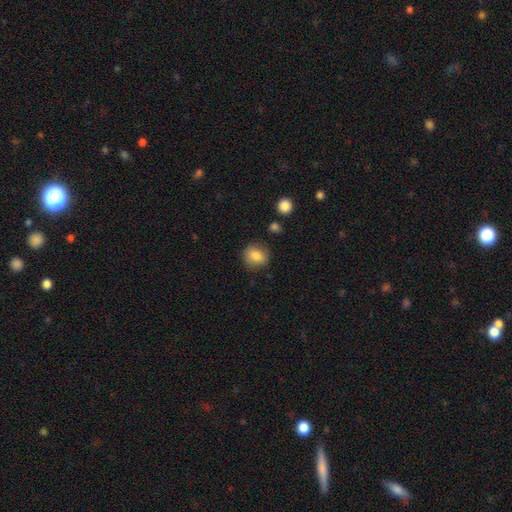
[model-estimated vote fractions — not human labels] A smooth galaxy with no disk features (83%) that is round (70%). Merging: none (83%).